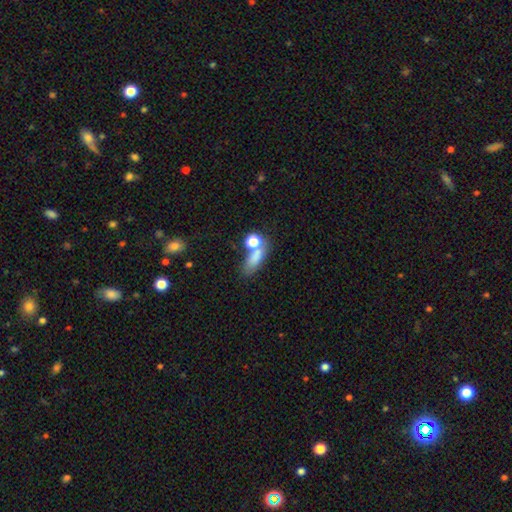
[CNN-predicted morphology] This is likely a smooth galaxy (73%). How rounded: likely in between (65%). Merging: possibly none (45%).